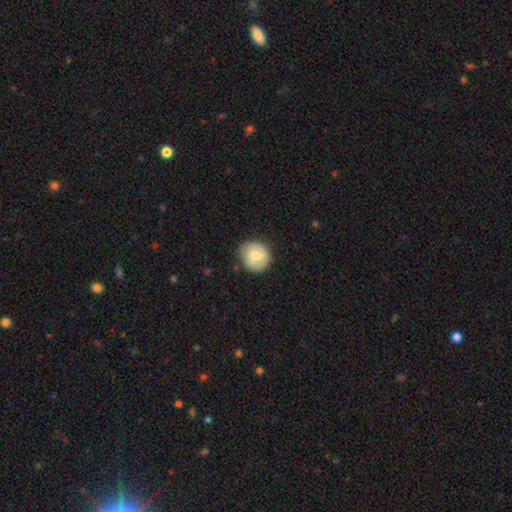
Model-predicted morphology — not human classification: type=featured or disk (47%, tied with smooth); merging=none (80%).